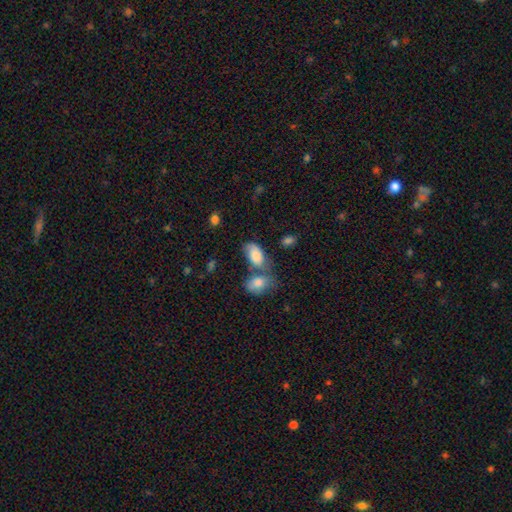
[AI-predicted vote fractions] Smooth or featured? Predicted: smooth (p=0.73). How rounded? Predicted: in between (p=0.92). Merging? Predicted: merger (p=0.35).